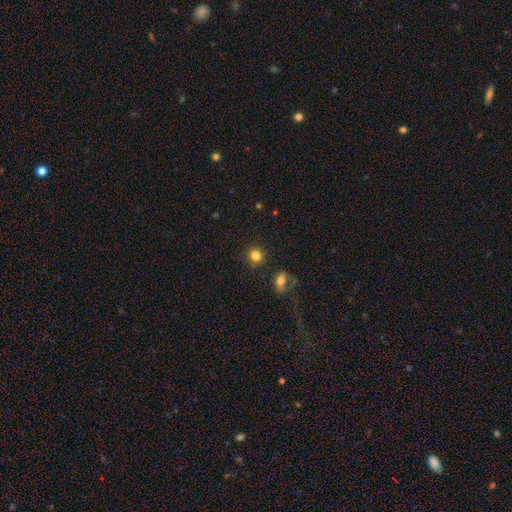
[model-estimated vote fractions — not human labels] A smooth galaxy with no disk features (82%) that is round (89%). Merging: none (85%).